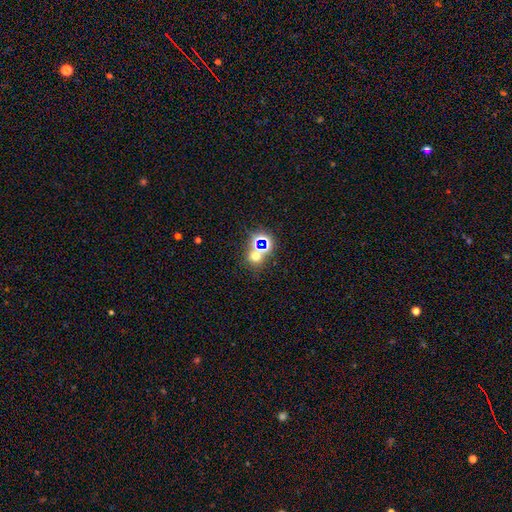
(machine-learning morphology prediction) Q: Smooth or featured?
A: smooth (47%); runner-up: star or artifact (44%)
Q: Merging?
A: none (65%); runner-up: merger (22%)